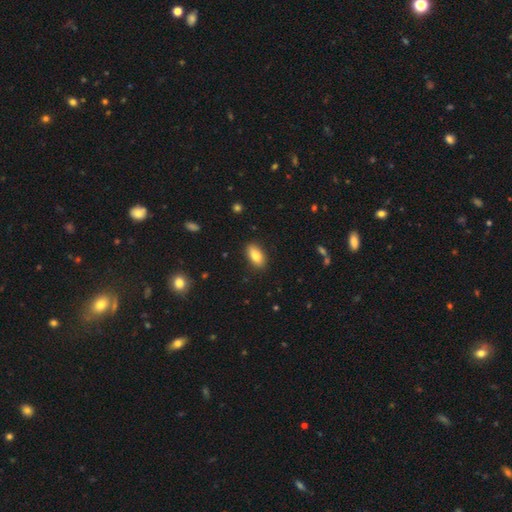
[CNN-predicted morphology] This is clearly a smooth galaxy (83%). How rounded: clearly in between (88%). Merging: clearly none (88%).